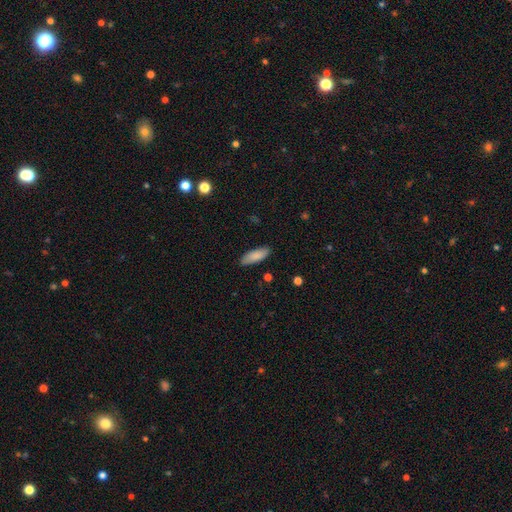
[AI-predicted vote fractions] smooth_or_featured: smooth (p=0.86) [alt: featured or disk p=0.08]
how_rounded: in between (p=0.62) [alt: cigar-shaped p=0.36]
merging: none (p=0.87) [alt: minor disturbance p=0.10]